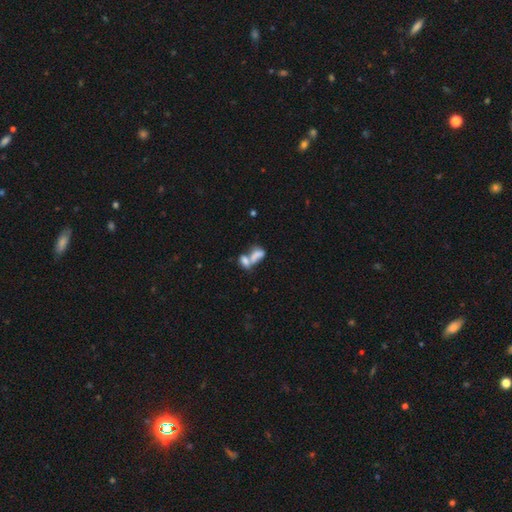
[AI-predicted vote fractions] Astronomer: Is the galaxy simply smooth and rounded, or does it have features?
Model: smooth — 67%.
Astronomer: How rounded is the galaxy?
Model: in between — 83%.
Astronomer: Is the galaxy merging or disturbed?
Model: merger — 72%.